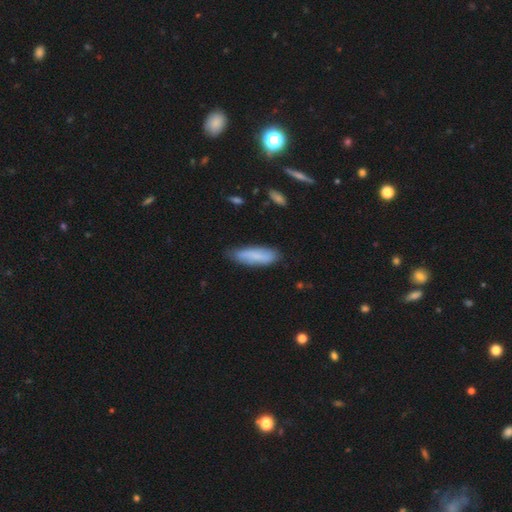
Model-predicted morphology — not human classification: Q: Smooth or featured?
A: smooth (72%); runner-up: featured or disk (21%)
Q: How rounded?
A: cigar-shaped (52%); runner-up: in between (46%)
Q: Merging?
A: none (72%); runner-up: minor disturbance (22%)